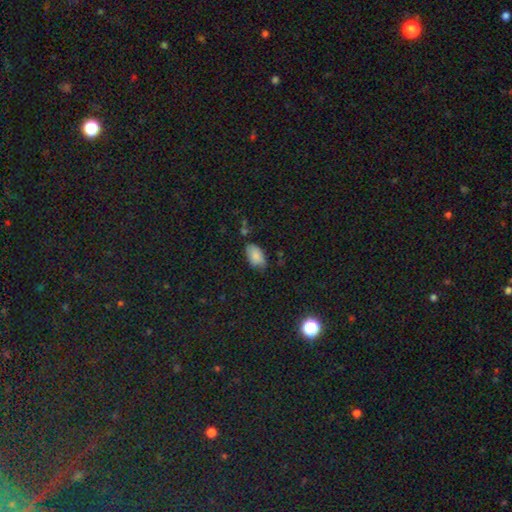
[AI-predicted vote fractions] smooth-or-featured: smooth: 82% | star or artifact: 9% | featured or disk: 9%
  how-rounded: in between: 93% | round: 4% | cigar-shaped: 2%
  merging: none: 67% | minor disturbance: 25% | major disturbance: 5% | merger: 3%